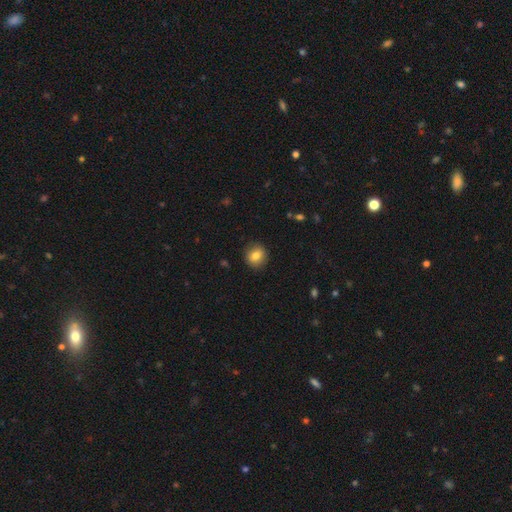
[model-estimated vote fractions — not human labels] A smooth galaxy with no disk features (79%) that is round (84%). Merging: none (88%).